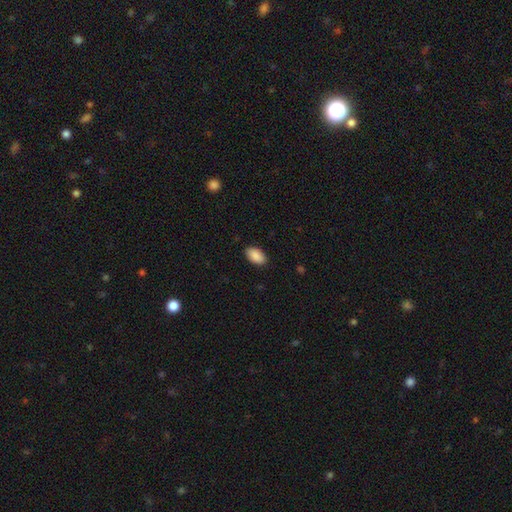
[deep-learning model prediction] smooth 90%, star or artifact 6%, featured or disk 4%. Down the decision tree: how rounded — in between (95%); merging — none (88%).